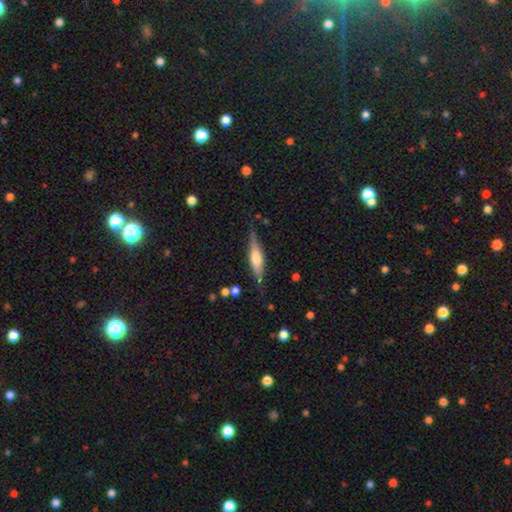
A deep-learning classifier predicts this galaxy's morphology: type=featured or disk (60%); edge-on=yes (94%); edge-on bulge=rounded (71%); merging=none (80%).